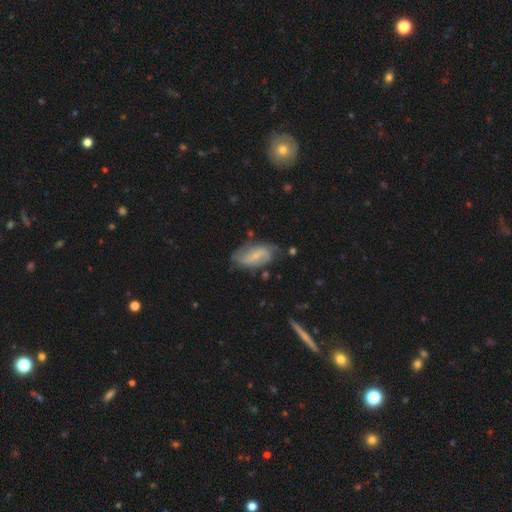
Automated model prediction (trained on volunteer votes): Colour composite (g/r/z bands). It shows a featured or disk galaxy (71%) with a weak bar (48%), 2 (82%) medium (41%) spiral arms (90%) and a small central bulge (69%). Merging: none (68%).